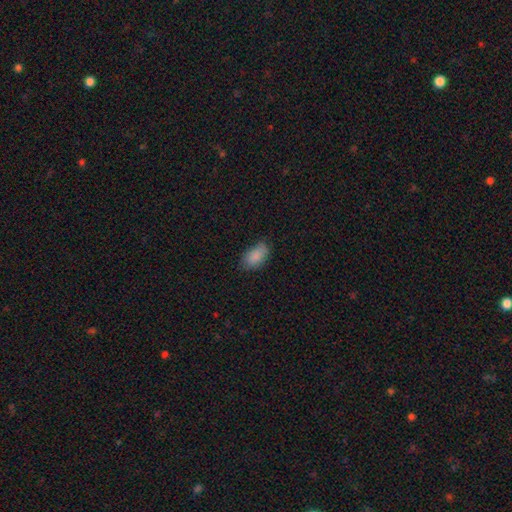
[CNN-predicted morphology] Smooth or featured? Predicted: smooth (p=0.87). How rounded? Predicted: in between (p=0.93). Merging? Predicted: none (p=0.74).